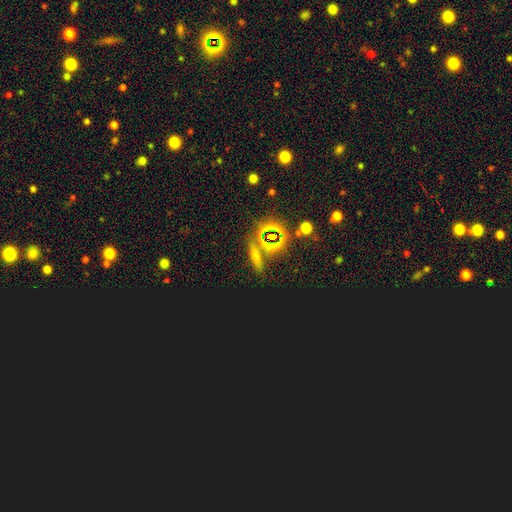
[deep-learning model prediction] Overall: star or artifact (50%; smooth 35%).